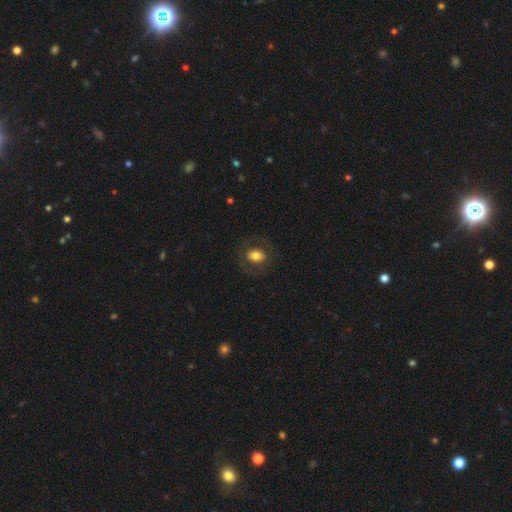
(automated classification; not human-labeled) smooth 65%, featured or disk 27%, star or artifact 8%. Down the decision tree: how rounded — in between (51%); merging — none (79%).